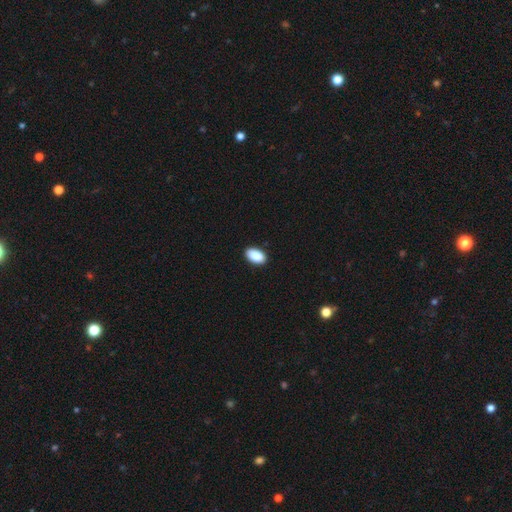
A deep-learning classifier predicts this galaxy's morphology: Smooth or featured? smooth (90%)
How rounded? in between (94%)
Merging? none (90%)